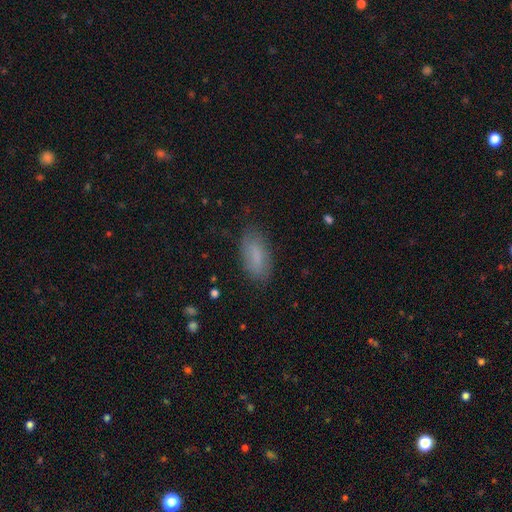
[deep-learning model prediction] Smooth or featured? Predicted: smooth (p=0.78). How rounded? Predicted: in between (p=0.84). Merging? Predicted: none (p=0.80).